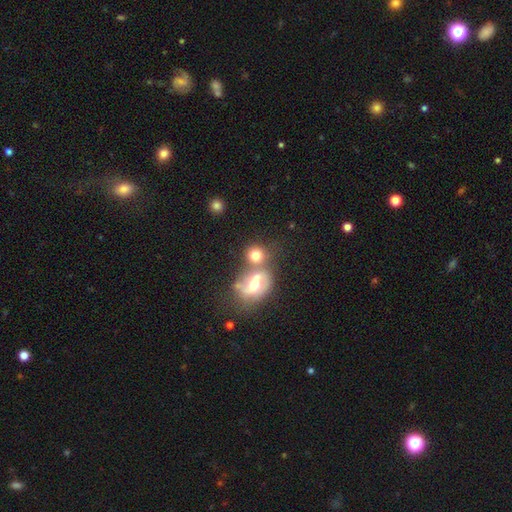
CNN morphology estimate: Overall: smooth (65%; featured or disk 25%). How rounded: round (76%). Merging: none (46%; merger 37%).